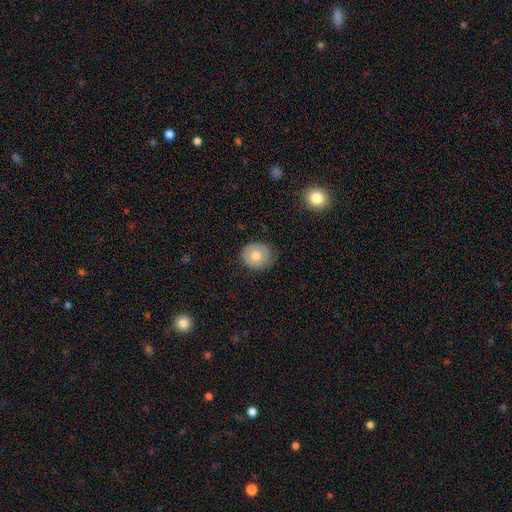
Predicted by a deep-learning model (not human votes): Smooth or featured: smooth — 72% (featured or disk — 20%)
How rounded: round — 84% (in between — 15%)
Merging: none — 83% (minor disturbance — 13%)